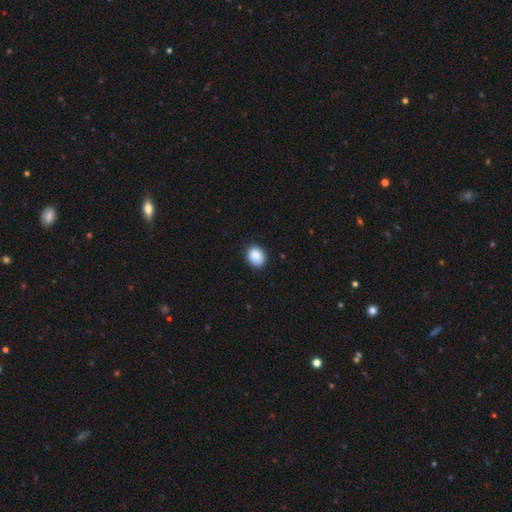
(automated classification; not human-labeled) Overall: smooth (89%). How rounded: in between (52%; round 47%). Merging: none (86%).